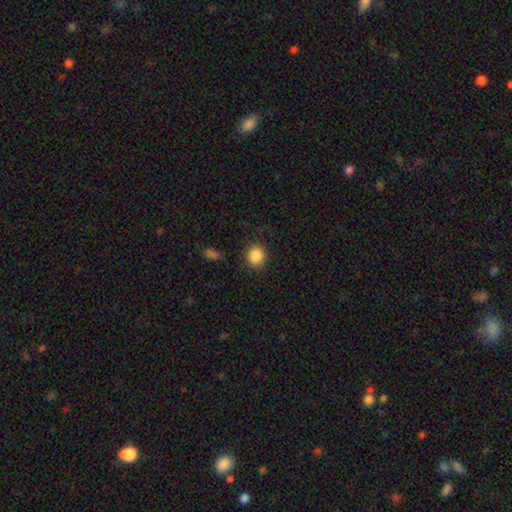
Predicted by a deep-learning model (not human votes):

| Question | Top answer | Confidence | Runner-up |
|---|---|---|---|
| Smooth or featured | smooth | 88% | star or artifact (9%) |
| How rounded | round | 86% | in between (13%) |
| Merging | none | 87% | minor disturbance (8%) |